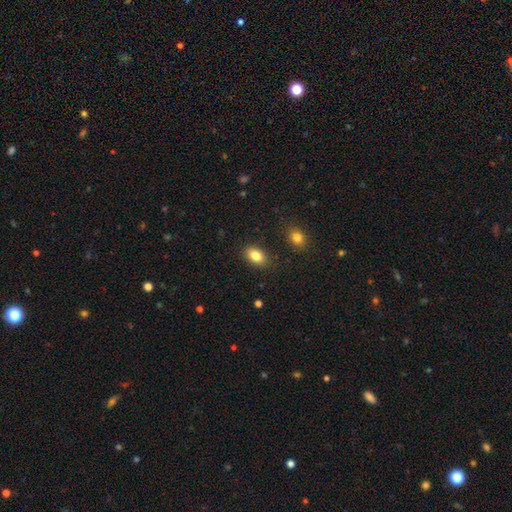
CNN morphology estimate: smooth 84%, star or artifact 9%, featured or disk 7%. Down the decision tree: how rounded — in between (87%); merging — none (87%).